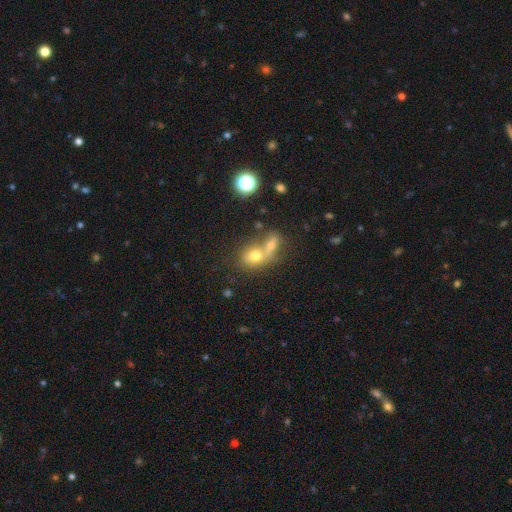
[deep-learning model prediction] Q: Smooth or featured?
A: smooth (67%); runner-up: featured or disk (19%)
Q: How rounded?
A: in between (51%); runner-up: round (46%)
Q: Merging?
A: merger (64%); runner-up: none (24%)